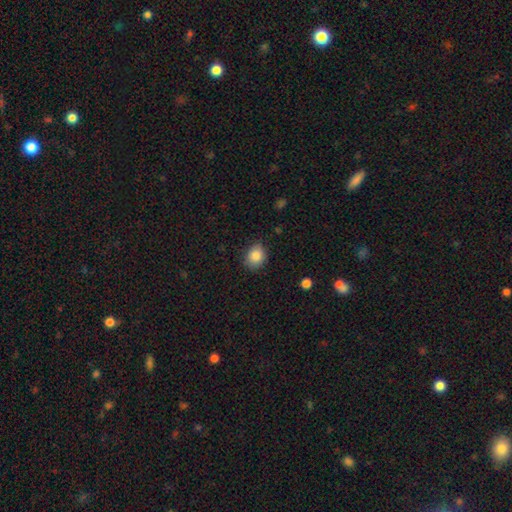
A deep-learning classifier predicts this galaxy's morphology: The model was most divided on "how rounded": round: 52%, in between: 47%, cigar-shaped: 1%. More confident: smooth or featured — smooth (85%); merging — none (82%).